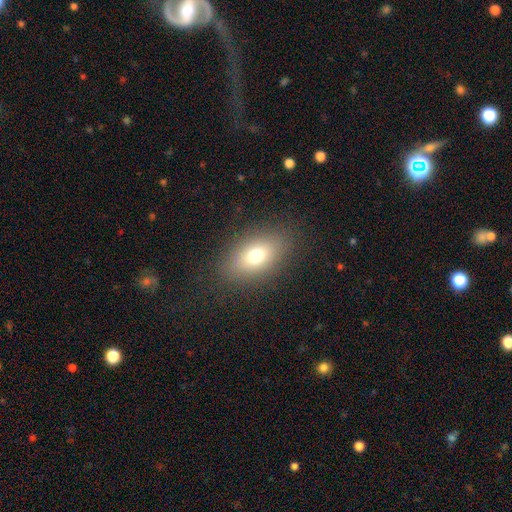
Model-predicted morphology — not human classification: A smooth galaxy with no disk features (72%) that is in between round and cigar-shaped (85%).

Vote fractions:
- Smooth or featured? smooth: 72% / featured or disk: 16% / star or artifact: 11%
- How rounded? in between: 85% / round: 13% / cigar-shaped: 2%
- Merging? none: 84% / minor disturbance: 11% / major disturbance: 5% / merger: 1%